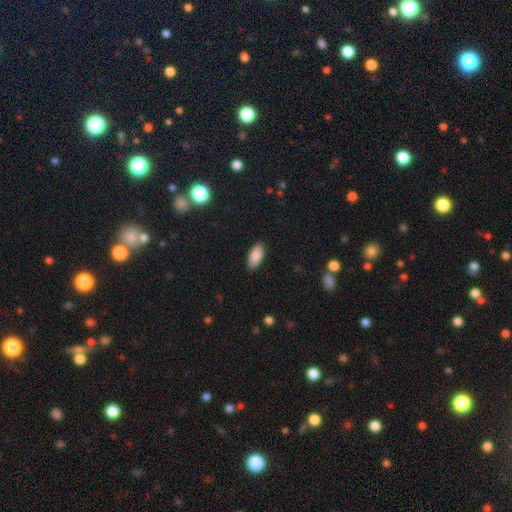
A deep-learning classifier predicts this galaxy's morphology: Overall: smooth (87%). How rounded: in between (91%). Merging: none (87%).